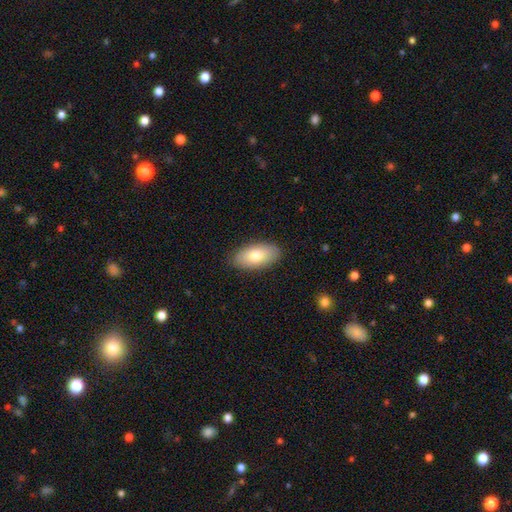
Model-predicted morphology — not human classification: A smooth galaxy with no disk features (77%) that is in between round and cigar-shaped (93%).

Vote fractions:
- Smooth or featured? smooth: 77% / featured or disk: 16% / star or artifact: 6%
- How rounded? in between: 93% / cigar-shaped: 4% / round: 3%
- Merging? none: 88% / minor disturbance: 9% / major disturbance: 2% / merger: 1%